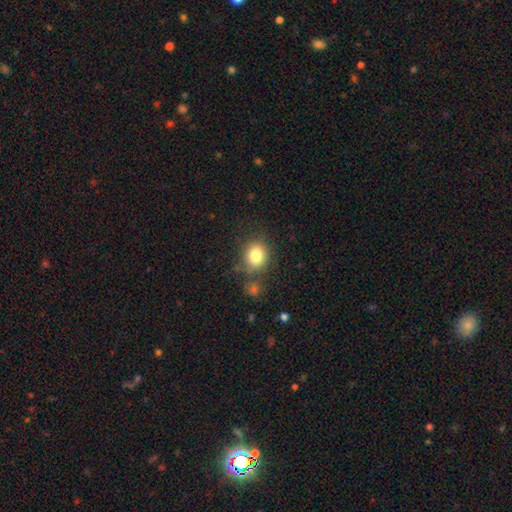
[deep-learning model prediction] The model was most divided on "how rounded": round: 71%, in between: 28%, cigar-shaped: 1%. More confident: smooth or featured — smooth (81%); merging — none (71%).